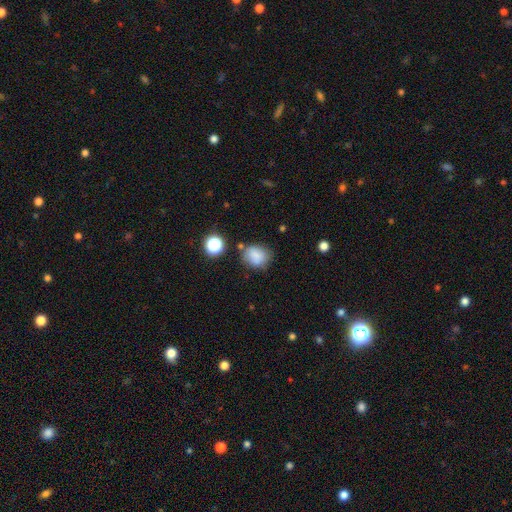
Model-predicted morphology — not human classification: A smooth galaxy with no disk features (79%) that is round (58%). Merging: none (66%).